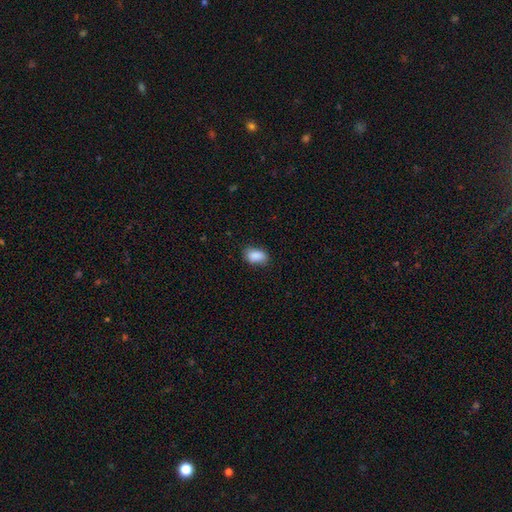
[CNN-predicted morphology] Smooth or featured: smooth — 88% (star or artifact — 8%)
How rounded: in between — 87% (round — 11%)
Merging: none — 77% (minor disturbance — 18%)